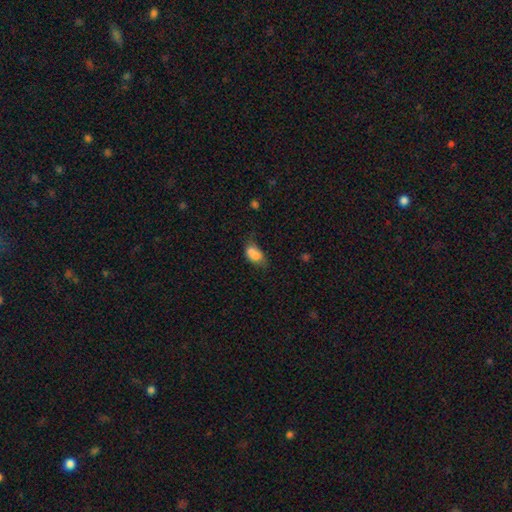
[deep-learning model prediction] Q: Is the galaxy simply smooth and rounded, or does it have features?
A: smooth — 78%.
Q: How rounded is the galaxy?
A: in between — 83%.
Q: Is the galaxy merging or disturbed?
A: none — 34%.